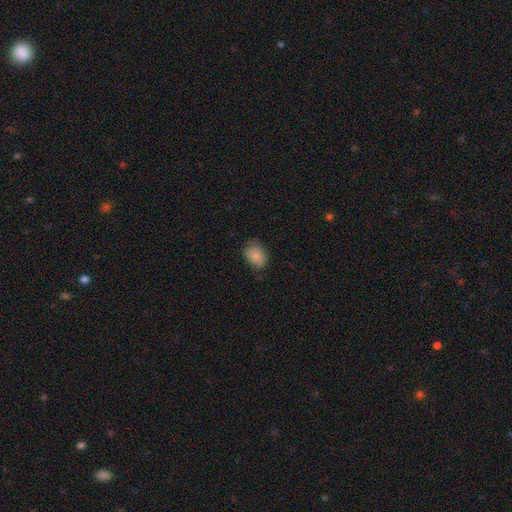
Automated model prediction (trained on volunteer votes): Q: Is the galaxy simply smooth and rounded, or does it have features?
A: smooth — 85%.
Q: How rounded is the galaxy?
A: in between — 74%.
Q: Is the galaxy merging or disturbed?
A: none — 68%.